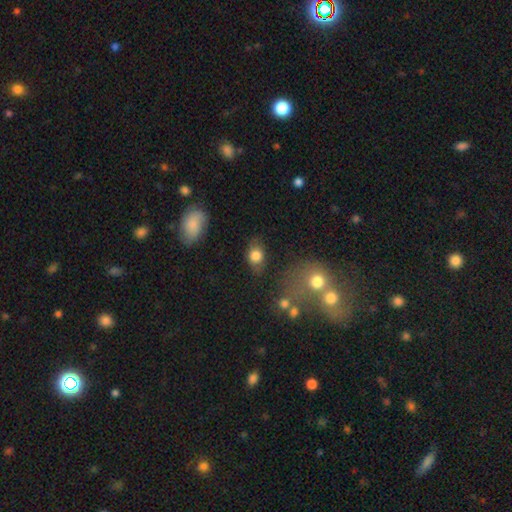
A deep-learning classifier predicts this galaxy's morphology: smooth 79%, featured or disk 11%, star or artifact 9%. Down the decision tree: how rounded — in between (67%); merging — none (71%).